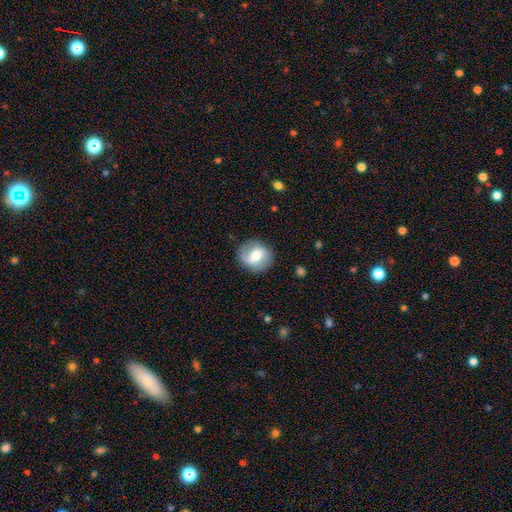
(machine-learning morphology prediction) type=featured or disk (48%); merging=none (82%).